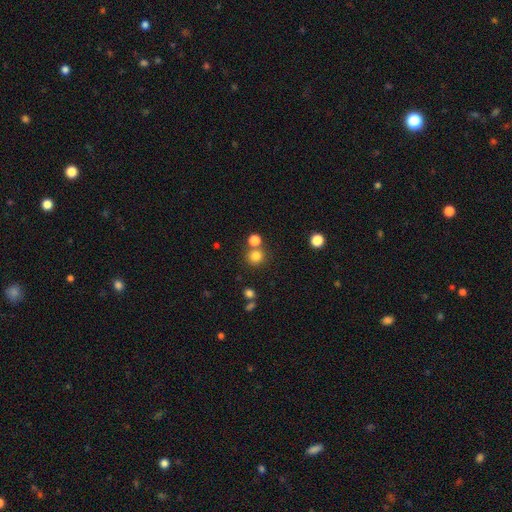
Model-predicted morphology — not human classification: Smooth or featured: smooth — 79% (star or artifact — 15%)
How rounded: round — 91% (in between — 8%)
Merging: none — 70% (merger — 20%)